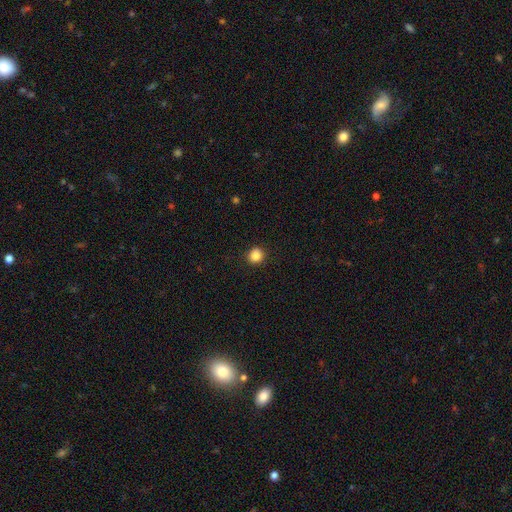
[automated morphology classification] Smooth or featured?
  - smooth: 86% *
  - star or artifact: 11%
  - featured or disk: 4%
How rounded?
  - round: 92% *
  - in between: 7%
  - cigar-shaped: 1%
Merging?
  - none: 91% *
  - minor disturbance: 6%
  - major disturbance: 2%
  - merger: 1%